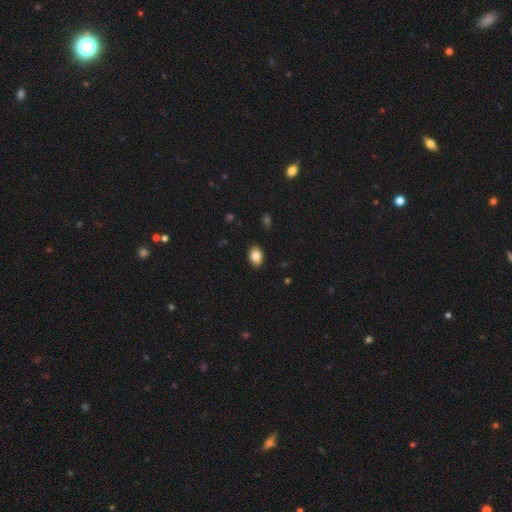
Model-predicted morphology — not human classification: A smooth galaxy with no disk features (83%) that is in between round and cigar-shaped (77%).

Vote fractions:
- Smooth or featured? smooth: 83% / star or artifact: 9% / featured or disk: 8%
- How rounded? in between: 77% / round: 21% / cigar-shaped: 1%
- Merging? none: 87% / minor disturbance: 10% / major disturbance: 2% / merger: 1%